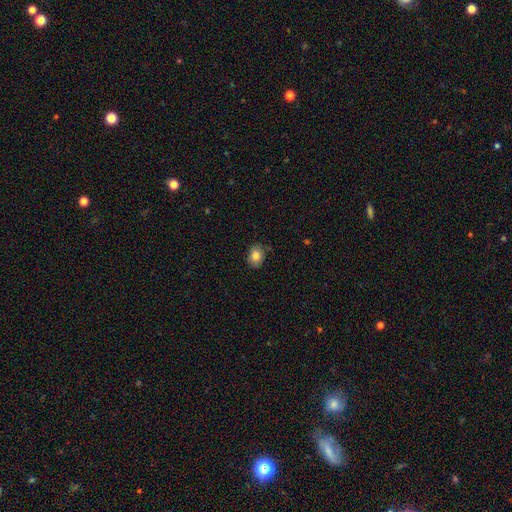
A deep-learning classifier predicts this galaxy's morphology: Smooth or featured?
  - smooth: 82% *
  - featured or disk: 9%
  - star or artifact: 9%
How rounded?
  - in between: 61% *
  - round: 38%
  - cigar-shaped: 1%
Merging?
  - none: 81% *
  - minor disturbance: 15%
  - major disturbance: 3%
  - merger: 1%